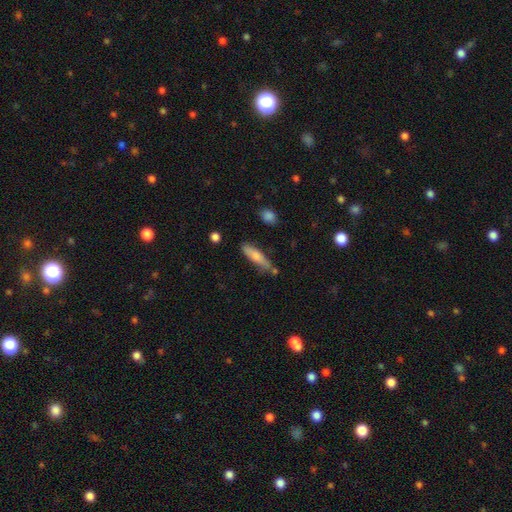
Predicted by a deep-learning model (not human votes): Morphology: type=smooth (72%); roundness=cigar-shaped (69%); merging=none (66%).